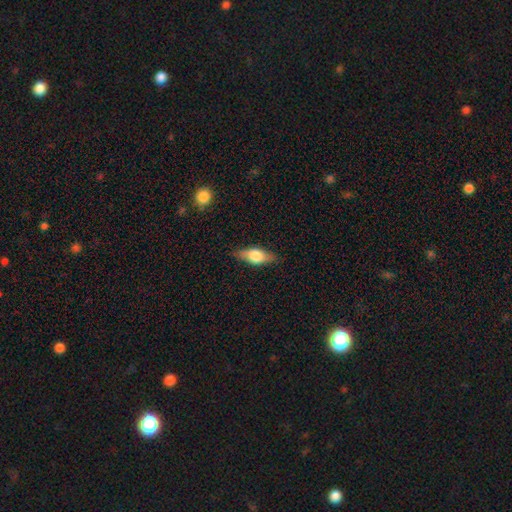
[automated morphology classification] Smooth or featured? smooth (54%)
How rounded? in between (70%)
Merging? none (84%)